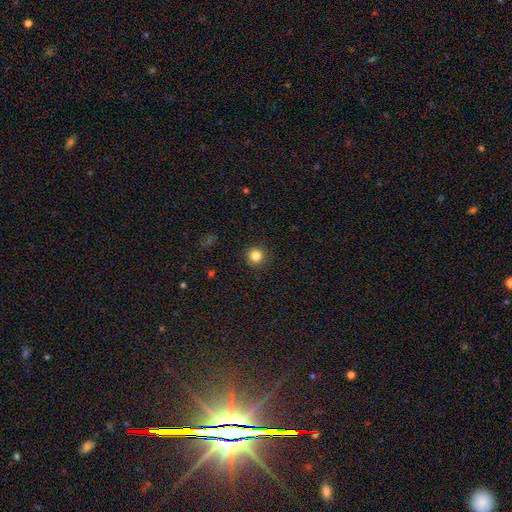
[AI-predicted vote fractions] smooth-or-featured: smooth: 84% | star or artifact: 12% | featured or disk: 4%
  how-rounded: round: 95% | in between: 4% | cigar-shaped: 1%
  merging: none: 92% | minor disturbance: 5% | major disturbance: 2% | merger: 1%